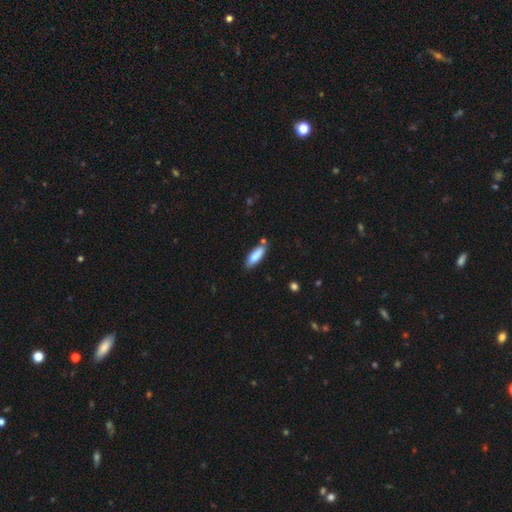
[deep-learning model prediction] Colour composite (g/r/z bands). It shows a smooth galaxy with no disk features (84%) that is in between round and cigar-shaped (54%). Merging: none (74%).